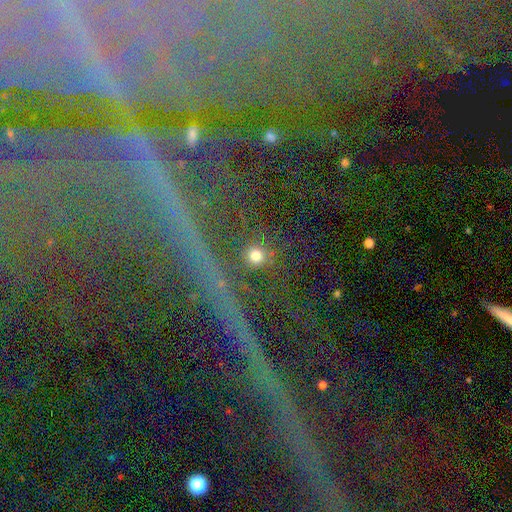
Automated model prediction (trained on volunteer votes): A smooth galaxy with no disk features (60%) that is round (91%).

Vote fractions:
- Smooth or featured? smooth: 60% / star or artifact: 30% / featured or disk: 10%
- How rounded? round: 91% / in between: 7% / cigar-shaped: 2%
- Merging? none: 75% / minor disturbance: 10% / merger: 8% / major disturbance: 7%